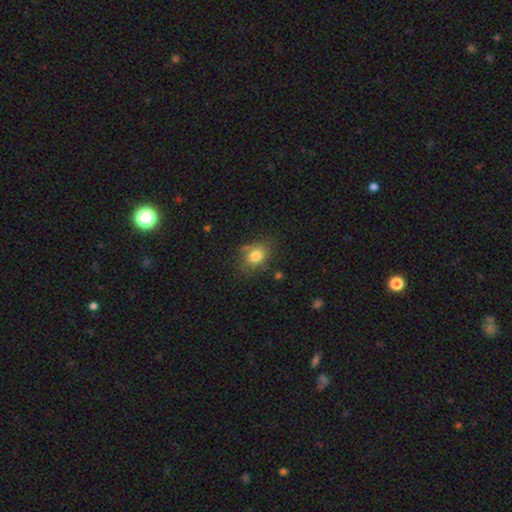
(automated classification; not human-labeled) The model was most divided on "how rounded": in between: 62%, round: 37%, cigar-shaped: 1%. More confident: smooth or featured — smooth (79%); merging — none (68%).